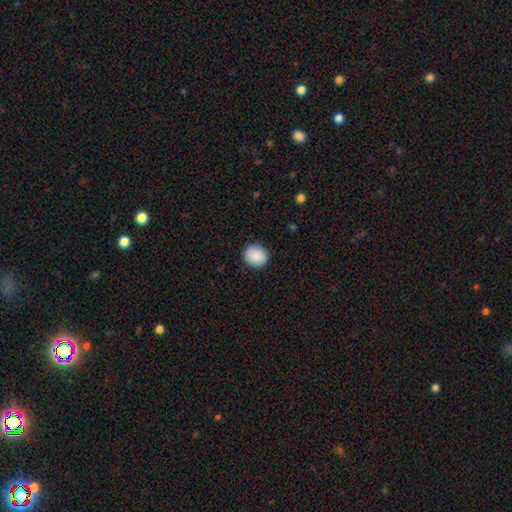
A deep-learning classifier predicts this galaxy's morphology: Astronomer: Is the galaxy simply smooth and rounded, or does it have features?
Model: smooth — 89%.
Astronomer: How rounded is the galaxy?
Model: round — 80%.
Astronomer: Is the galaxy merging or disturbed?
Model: none — 89%.